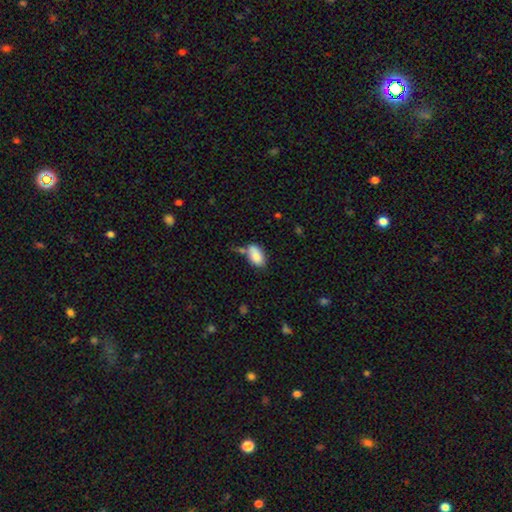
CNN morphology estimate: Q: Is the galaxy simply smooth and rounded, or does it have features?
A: smooth — 82%.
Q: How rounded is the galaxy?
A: in between — 92%.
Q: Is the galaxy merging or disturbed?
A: none — 45%.